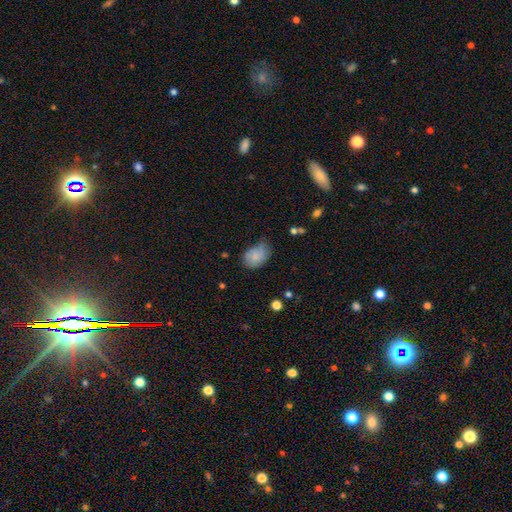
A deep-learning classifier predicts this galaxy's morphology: Smooth or featured? smooth (79%)
How rounded? in between (82%)
Merging? none (50%)